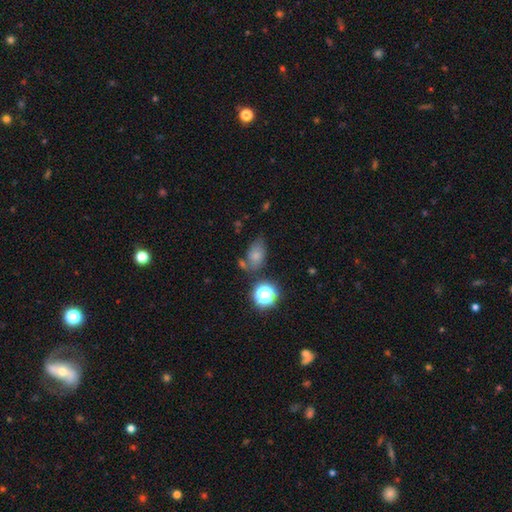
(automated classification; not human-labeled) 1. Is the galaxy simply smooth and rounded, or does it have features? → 69% smooth, 17% star or artifact, 14% featured or disk.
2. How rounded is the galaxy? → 79% in between, 19% round, 2% cigar-shaped.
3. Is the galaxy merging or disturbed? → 53% none, 23% minor disturbance, 16% merger, 9% major disturbance.